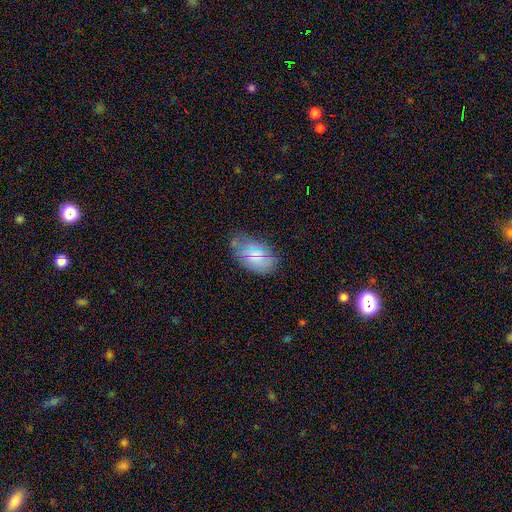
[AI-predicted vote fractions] Smooth or featured? Predicted: smooth (p=0.69). How rounded? Predicted: in between (p=0.91). Merging? Predicted: none (p=0.79).